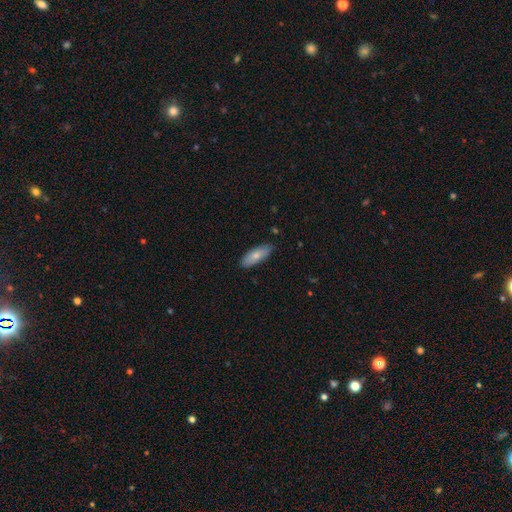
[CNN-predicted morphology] smooth_or_featured: smooth (p=0.75) [alt: featured or disk p=0.19]
how_rounded: in between (p=0.67) [alt: cigar-shaped p=0.31]
merging: none (p=0.84) [alt: minor disturbance p=0.13]